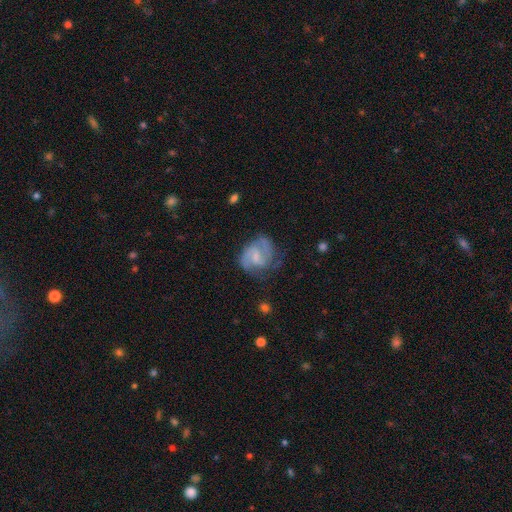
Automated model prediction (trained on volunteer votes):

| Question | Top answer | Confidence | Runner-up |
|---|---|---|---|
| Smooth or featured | featured or disk | 73% | smooth (21%) |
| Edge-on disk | no | 98% | yes (2%) |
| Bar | weak | 54% | no (34%) |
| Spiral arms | yes | 91% | no (9%) |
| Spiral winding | medium | 51% | tight (30%) |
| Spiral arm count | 2 | 66% | can't tell (15%) |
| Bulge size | small | 47% | moderate (30%) |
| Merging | none | 57% | minor disturbance (25%) |